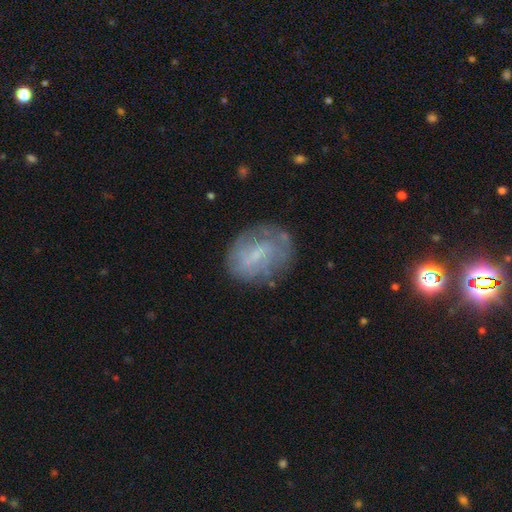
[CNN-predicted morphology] The model was most divided on "smooth or featured": featured or disk: 51%, smooth: 40%, star or artifact: 9%. More confident: edge-on disk — no (96%); merging — none (63%).